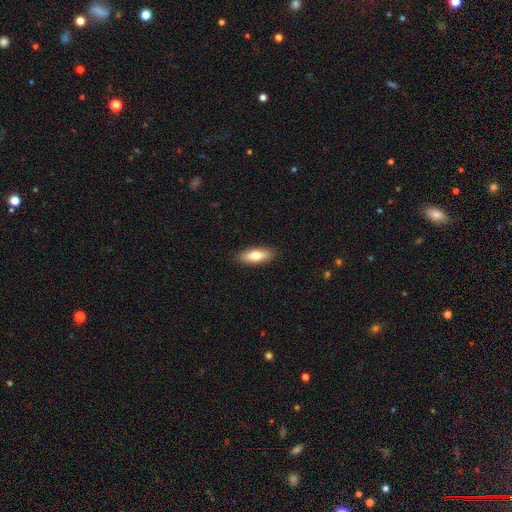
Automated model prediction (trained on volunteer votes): Smooth or featured? smooth (73%)
How rounded? in between (69%)
Merging? none (89%)